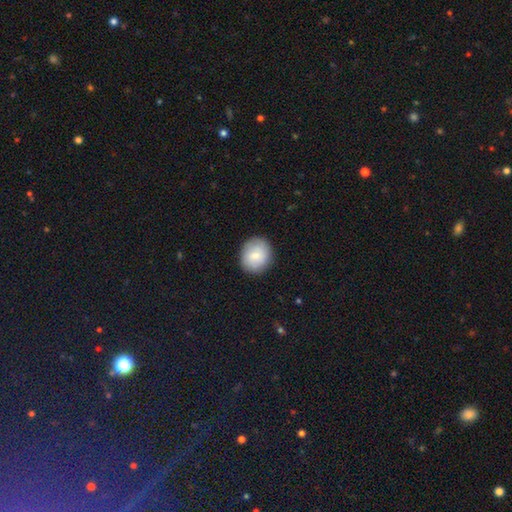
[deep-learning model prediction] smooth 80%, featured or disk 13%, star or artifact 7%. Down the decision tree: how rounded — round (74%); merging — none (87%).